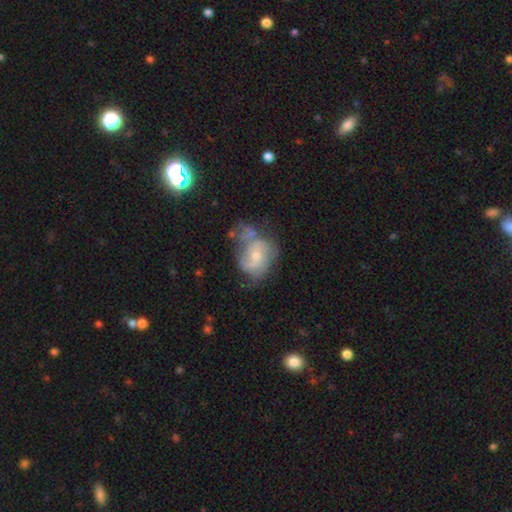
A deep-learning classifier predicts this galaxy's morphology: The model was most divided on "merging": none: 33%, minor disturbance: 25%, major disturbance: 22%, merger: 19%. More confident: edge-on disk — no (97%); spiral arms — yes (76%); smooth or featured — featured or disk (64%); bar — no (61%); bulge size — small (54%).